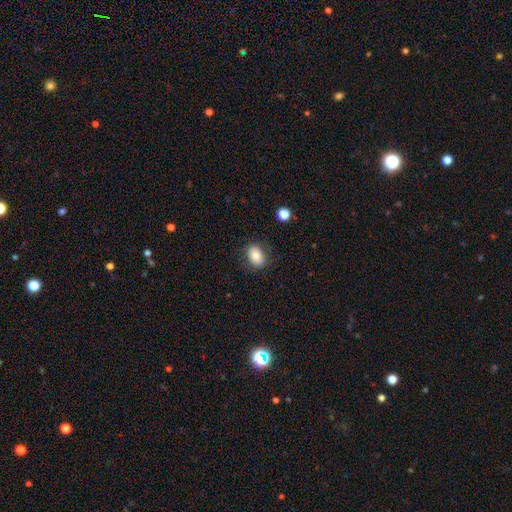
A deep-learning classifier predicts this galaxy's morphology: Smooth or featured?
  - smooth: 79% *
  - featured or disk: 12%
  - star or artifact: 9%
How rounded?
  - in between: 76% *
  - round: 23%
  - cigar-shaped: 1%
Merging?
  - none: 83% *
  - minor disturbance: 12%
  - major disturbance: 4%
  - merger: 1%